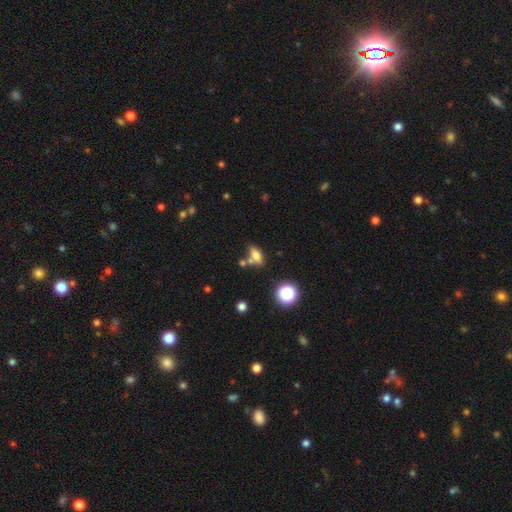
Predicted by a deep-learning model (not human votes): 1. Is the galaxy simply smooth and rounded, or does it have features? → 67% smooth, 20% featured or disk, 13% star or artifact.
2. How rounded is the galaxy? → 74% in between, 16% cigar-shaped, 10% round.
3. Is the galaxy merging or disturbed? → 60% none, 21% merger, 14% minor disturbance, 5% major disturbance.